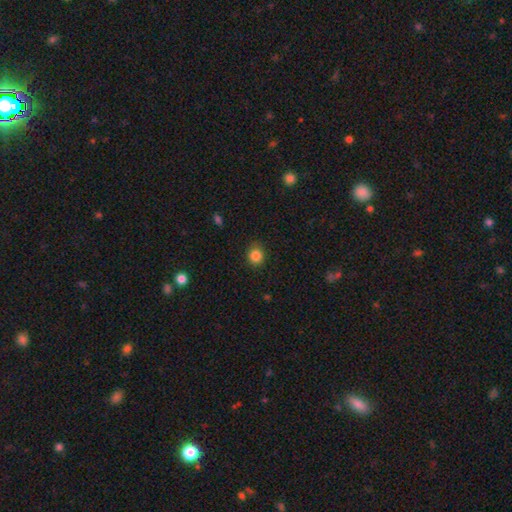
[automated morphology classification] Smooth or featured: smooth — 84% (star or artifact — 11%)
How rounded: round — 81% (in between — 18%)
Merging: none — 81% (minor disturbance — 15%)